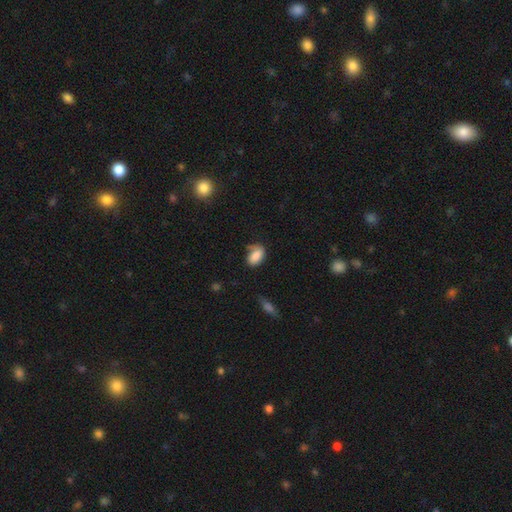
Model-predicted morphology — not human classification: smooth_or_featured: smooth (p=0.82) [alt: featured or disk p=0.10]
how_rounded: in between (p=0.89) [alt: round p=0.09]
merging: none (p=0.55) [alt: minor disturbance p=0.29]